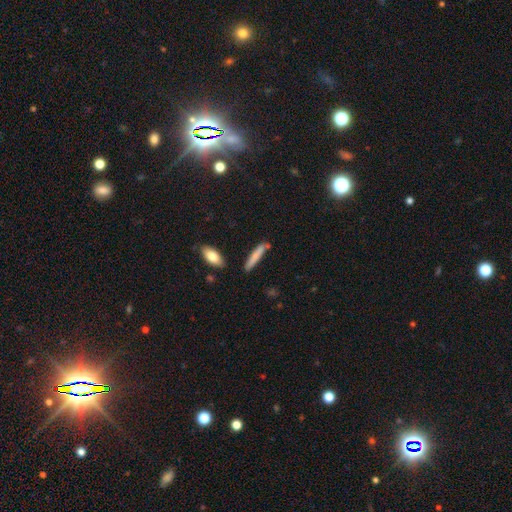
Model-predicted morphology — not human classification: A smooth galaxy with no disk features (76%) that is cigar-shaped (89%). Merging: none (77%).